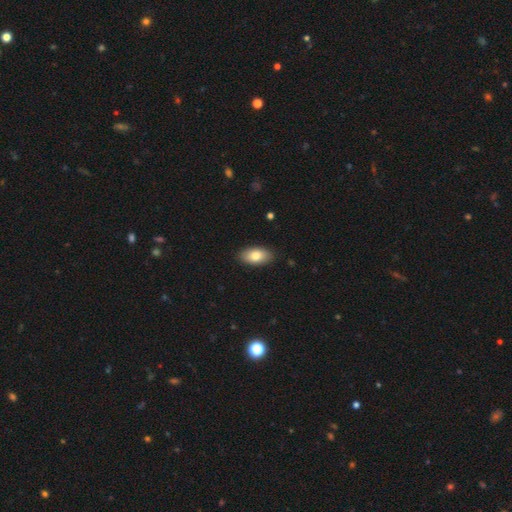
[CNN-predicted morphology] A smooth galaxy with no disk features (80%) that is in between round and cigar-shaped (93%).

Vote fractions:
- Smooth or featured? smooth: 80% / featured or disk: 14% / star or artifact: 7%
- How rounded? in between: 93% / round: 4% / cigar-shaped: 3%
- Merging? none: 88% / minor disturbance: 9% / major disturbance: 2% / merger: 1%